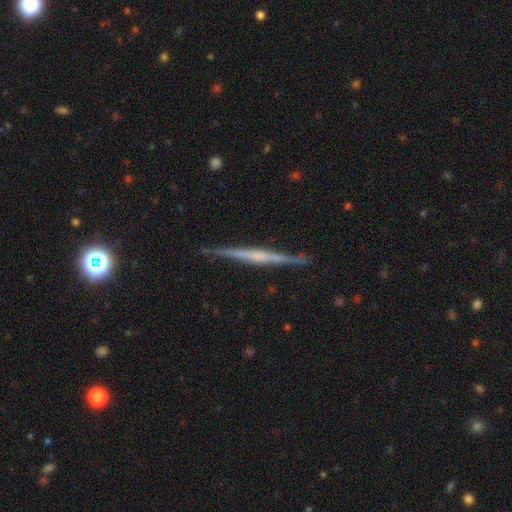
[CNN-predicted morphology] smooth-or-featured: featured or disk: 74% | smooth: 21% | star or artifact: 5%
  disk-edge-on: yes: 98% | no: 2%
    edge-on-bulge: none: 42% | rounded: 37% | boxy: 20%
  merging: none: 87% | minor disturbance: 10% | major disturbance: 2% | merger: 1%